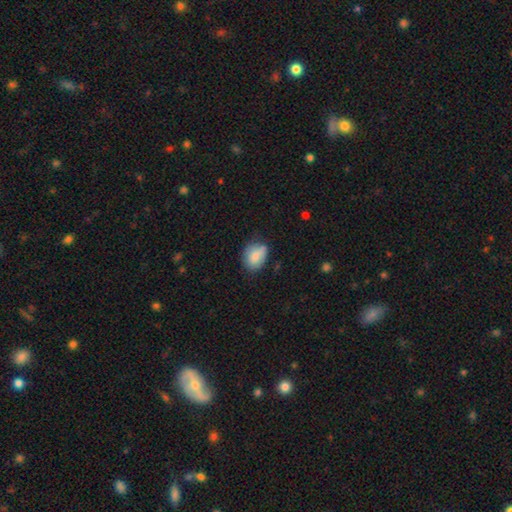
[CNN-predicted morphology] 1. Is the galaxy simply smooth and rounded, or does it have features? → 79% smooth, 13% featured or disk, 8% star or artifact.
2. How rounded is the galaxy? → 67% in between, 32% round, 1% cigar-shaped.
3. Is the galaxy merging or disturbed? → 56% none, 33% minor disturbance, 7% major disturbance, 4% merger.